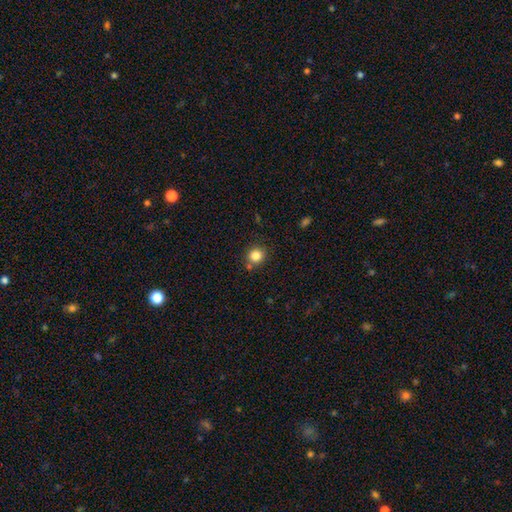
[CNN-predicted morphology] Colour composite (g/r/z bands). It shows a smooth galaxy with no disk features (83%) that is round (85%). Merging: none (80%).